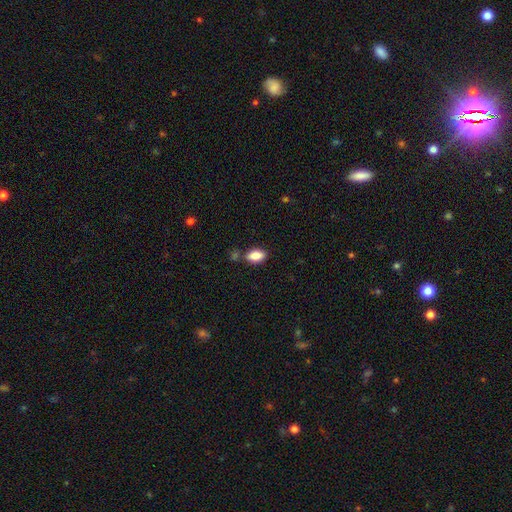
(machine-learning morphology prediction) smooth-or-featured: smooth: 85% | star or artifact: 8% | featured or disk: 7%
  how-rounded: in between: 91% | round: 5% | cigar-shaped: 3%
  merging: none: 73% | minor disturbance: 13% | merger: 10% | major disturbance: 3%